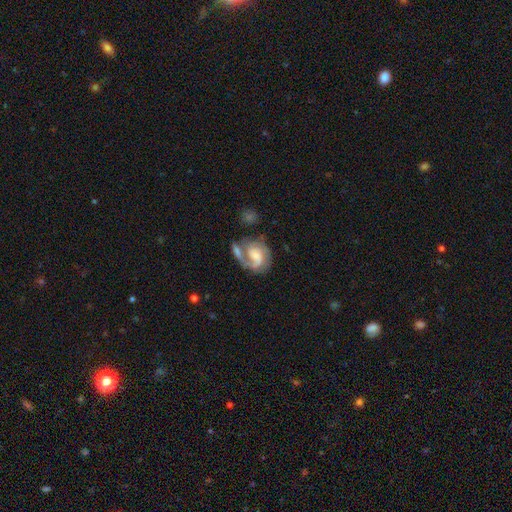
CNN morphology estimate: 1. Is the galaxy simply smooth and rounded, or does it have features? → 80% featured or disk, 14% smooth, 6% star or artifact.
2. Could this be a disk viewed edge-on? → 98% no, 2% yes.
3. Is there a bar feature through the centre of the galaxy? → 51% no, 38% weak, 10% strong.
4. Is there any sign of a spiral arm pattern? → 94% yes, 6% no.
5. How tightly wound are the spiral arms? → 45% medium, 39% tight, 16% loose.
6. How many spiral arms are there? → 59% 2, 27% 1, 8% can't tell, 4% 3, 1% 4, 1% more than 4.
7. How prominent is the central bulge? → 34% small, 32% moderate, 21% none, 11% large, 2% dominant.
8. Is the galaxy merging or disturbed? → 39% none, 26% merger, 18% major disturbance, 17% minor disturbance.